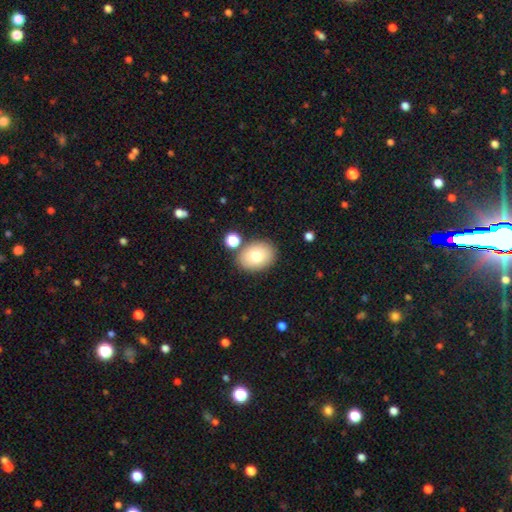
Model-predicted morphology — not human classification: Smooth or featured? Predicted: smooth (p=0.76). How rounded? Predicted: in between (p=0.65). Merging? Predicted: none (p=0.81).